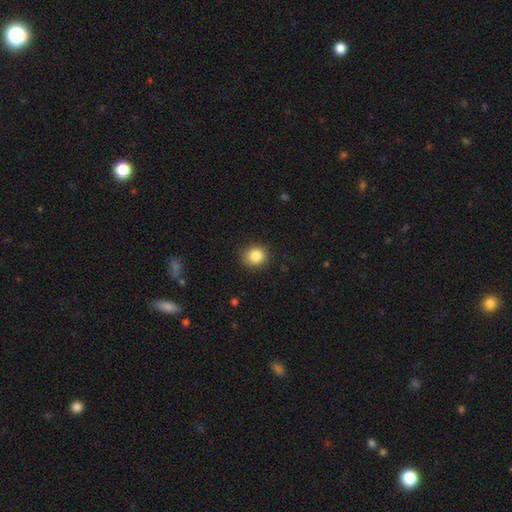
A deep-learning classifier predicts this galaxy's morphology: type=smooth (85%); roundness=round (83%); merging=none (88%).